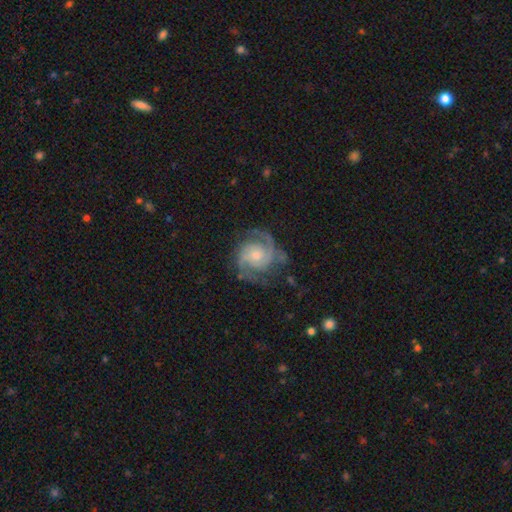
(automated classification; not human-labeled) This is clearly a featured or disk galaxy (90%). It is clearly not viewed edge-on (98%). Bar: likely no (67%). Spiral arm pattern: clearly yes (98%). Spiral arm count: likely 2 (76%). Spiral winding: possibly medium (47%). Central bulge: possibly small (55%). Merging: likely none (74%).